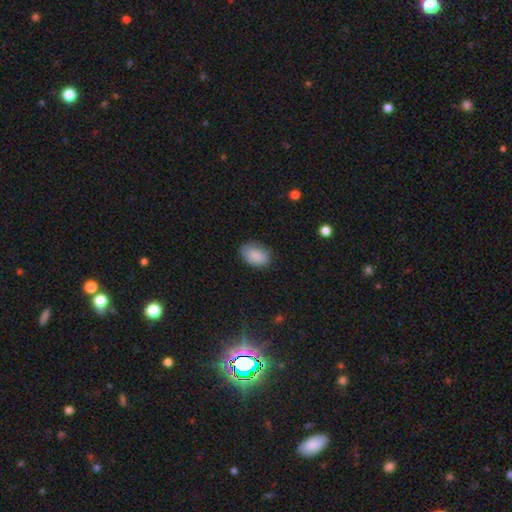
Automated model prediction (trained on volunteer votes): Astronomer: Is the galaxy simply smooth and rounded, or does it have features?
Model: smooth — 87%.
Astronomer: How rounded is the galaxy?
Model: in between — 85%.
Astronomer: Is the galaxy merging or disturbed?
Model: none — 75%.